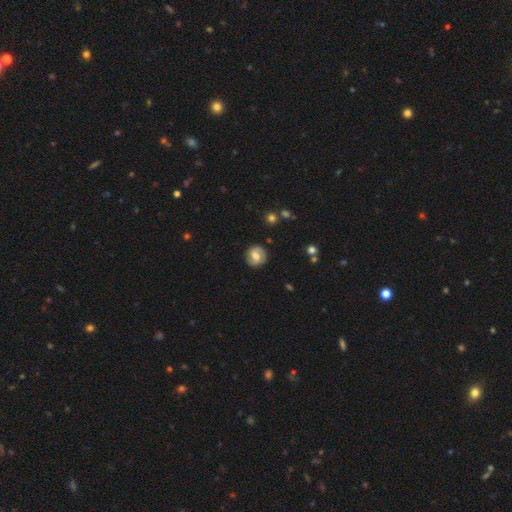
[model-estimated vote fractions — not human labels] A smooth galaxy with no disk features (49%). Merging: none (85%).